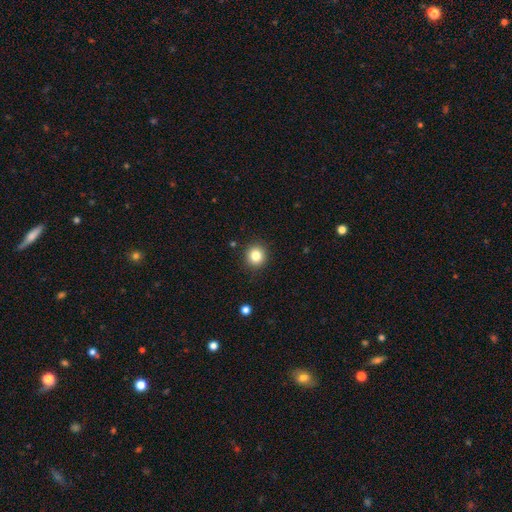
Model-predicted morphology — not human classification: type=smooth (83%); roundness=round (91%); merging=none (90%).